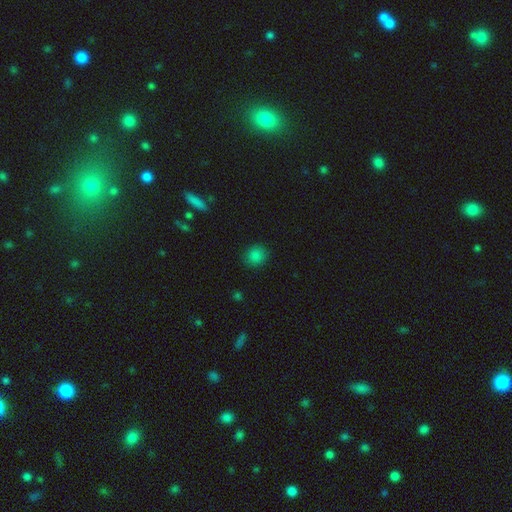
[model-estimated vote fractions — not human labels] Smooth or featured: smooth — 84% (star or artifact — 12%)
How rounded: round — 87% (in between — 12%)
Merging: none — 89% (minor disturbance — 8%)